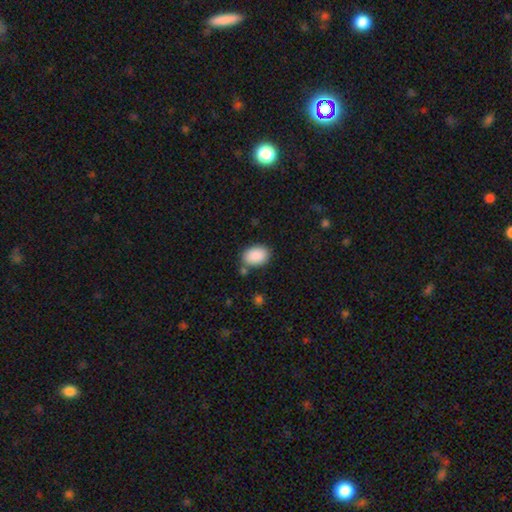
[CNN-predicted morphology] A smooth galaxy with no disk features (90%) that is in between round and cigar-shaped (82%). Merging: none (78%).